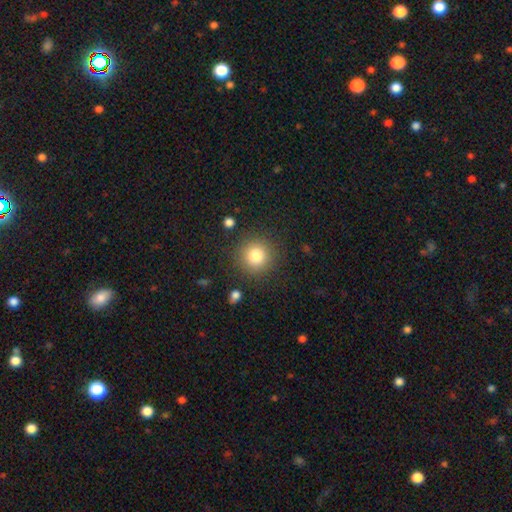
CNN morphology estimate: type=smooth (80%); roundness=round (94%); merging=none (88%).